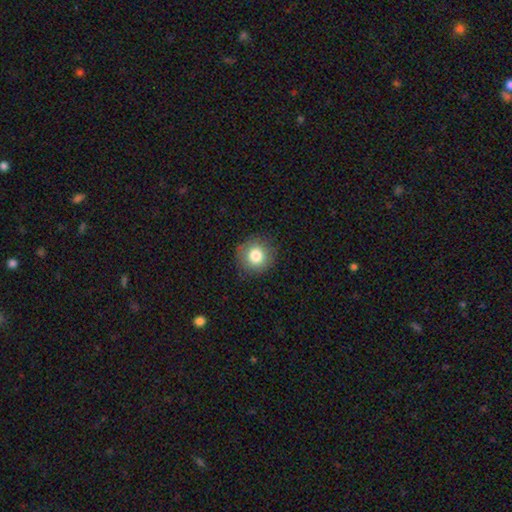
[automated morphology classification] A smooth galaxy with no disk features (81%) that is round (93%).

Vote fractions:
- Smooth or featured? smooth: 81% / star or artifact: 10% / featured or disk: 9%
- How rounded? round: 93% / in between: 6% / cigar-shaped: 1%
- Merging? none: 86% / minor disturbance: 10% / major disturbance: 3% / merger: 1%